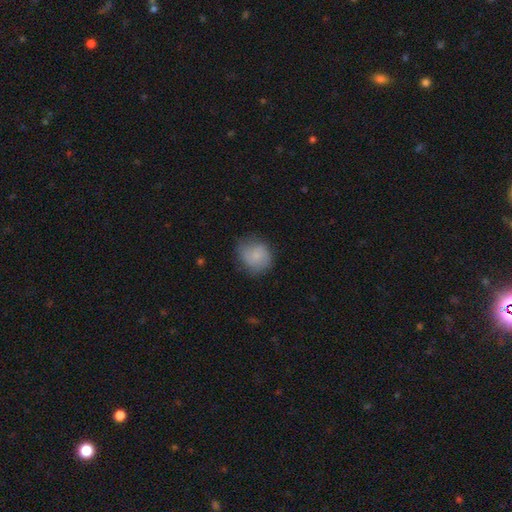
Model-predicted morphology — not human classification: smooth 70%, featured or disk 22%, star or artifact 8%. Down the decision tree: how rounded — round (81%); merging — none (66%).